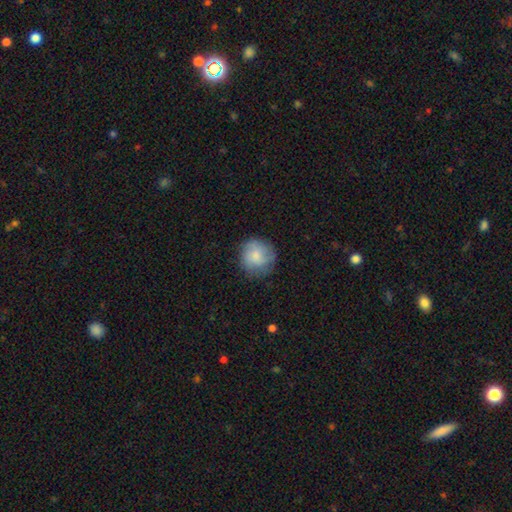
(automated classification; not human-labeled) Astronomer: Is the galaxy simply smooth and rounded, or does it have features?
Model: smooth — 71%.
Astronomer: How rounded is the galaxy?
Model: round — 91%.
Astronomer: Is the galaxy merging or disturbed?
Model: none — 75%.